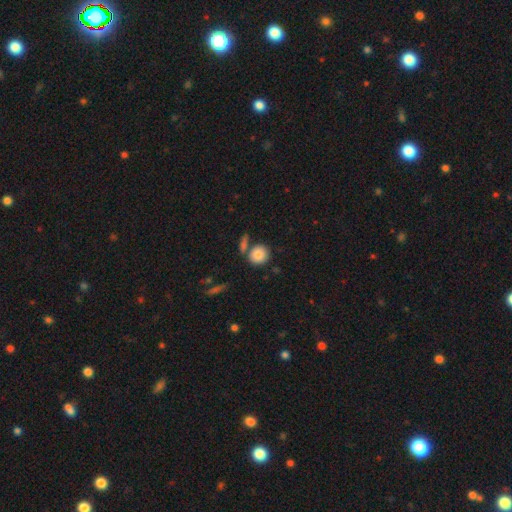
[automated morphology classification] type=smooth (69%); roundness=round (86%); merging=none (70%).